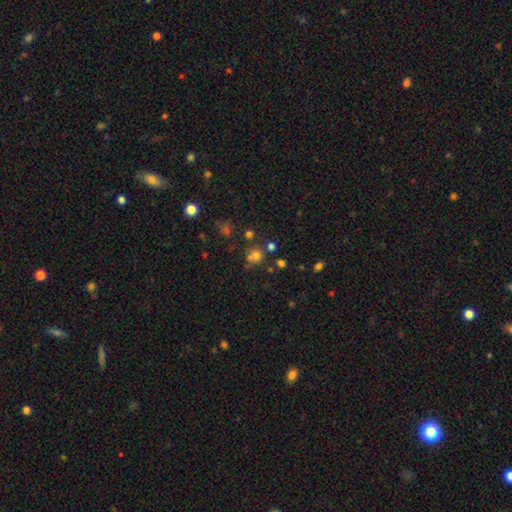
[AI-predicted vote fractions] This is likely a smooth galaxy (67%). How rounded: clearly round (84%). Merging: possibly none (60%).